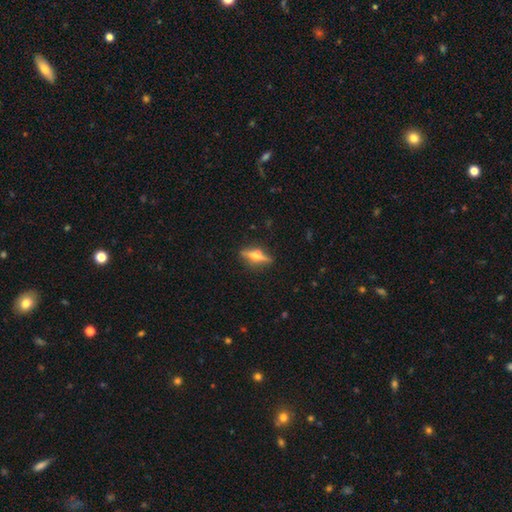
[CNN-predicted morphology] smooth_or_featured: featured or disk (p=0.61) [alt: smooth p=0.31]
disk_edge_on: yes (p=0.92) [alt: no p=0.08]
edge_on_bulge: rounded (p=0.92) [alt: boxy p=0.05]
merging: none (p=0.80) [alt: minor disturbance p=0.12]